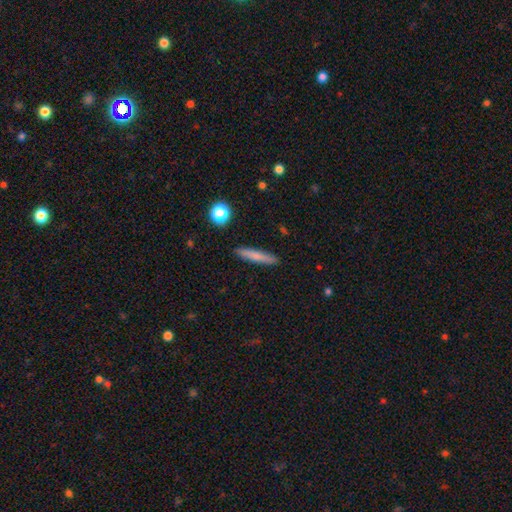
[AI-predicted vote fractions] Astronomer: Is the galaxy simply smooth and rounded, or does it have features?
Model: smooth — 73%.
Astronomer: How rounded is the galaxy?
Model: cigar-shaped — 91%.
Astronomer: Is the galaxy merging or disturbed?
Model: none — 90%.